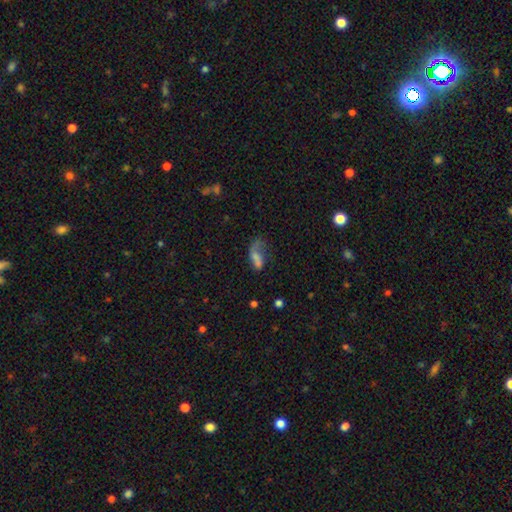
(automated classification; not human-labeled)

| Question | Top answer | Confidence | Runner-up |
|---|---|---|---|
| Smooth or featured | smooth | 51% | featured or disk (34%) |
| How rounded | in between | 78% | cigar-shaped (16%) |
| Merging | major disturbance | 41% | none (27%) |